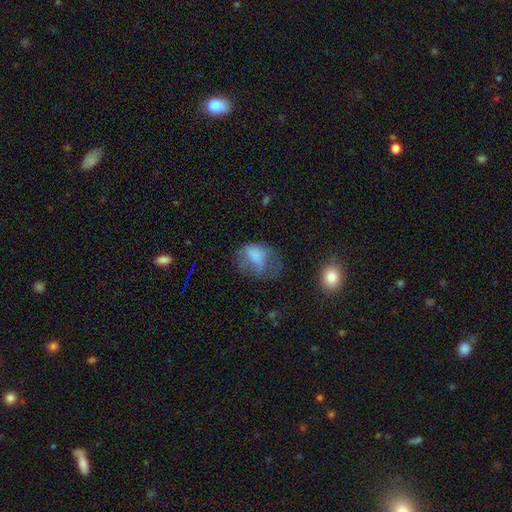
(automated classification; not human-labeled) Overall: smooth (64%). How rounded: in between (73%). Merging: major disturbance (47%; none 25%).